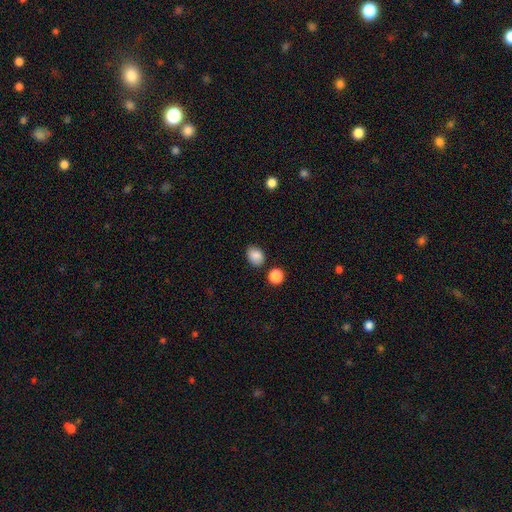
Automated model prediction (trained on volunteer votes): A smooth galaxy with no disk features (87%) that is in between round and cigar-shaped (61%).

Vote fractions:
- Smooth or featured? smooth: 87% / star or artifact: 9% / featured or disk: 4%
- How rounded? in between: 61% / round: 38% / cigar-shaped: 1%
- Merging? none: 81% / minor disturbance: 12% / merger: 5% / major disturbance: 3%